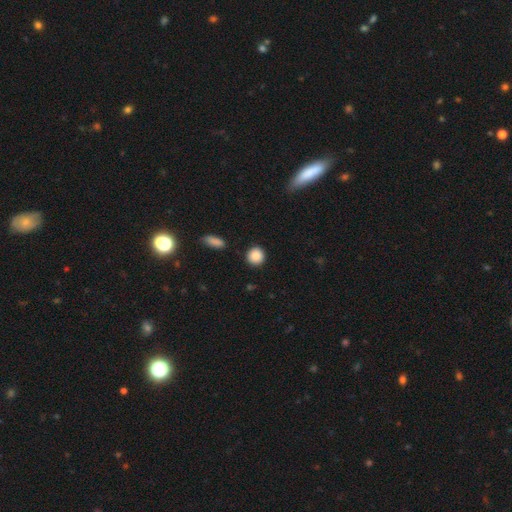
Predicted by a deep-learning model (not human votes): Morphology: type=smooth (89%); roundness=round (91%); merging=none (89%).